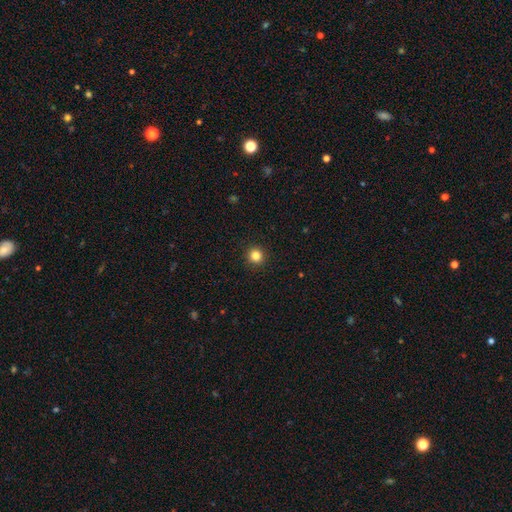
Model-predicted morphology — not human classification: Smooth or featured?
  - smooth: 83% *
  - star or artifact: 12%
  - featured or disk: 5%
How rounded?
  - round: 95% *
  - in between: 4%
  - cigar-shaped: 1%
Merging?
  - none: 93% *
  - minor disturbance: 4%
  - major disturbance: 2%
  - merger: 1%